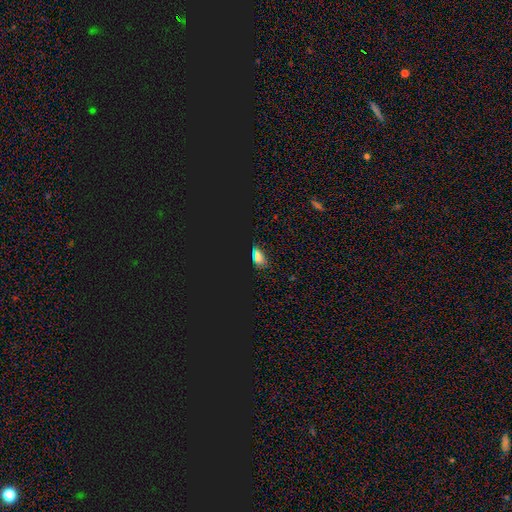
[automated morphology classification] Smooth or featured? star or artifact (50%)